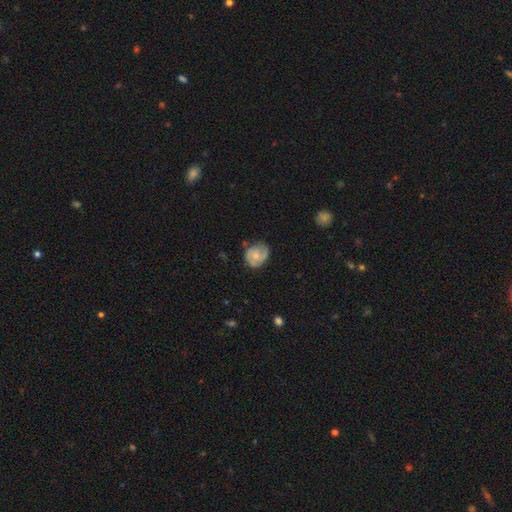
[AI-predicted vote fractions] A featured or disk galaxy (59%) with no bar (69%), spiral arms (83%) and a moderate central bulge (48%). Merging: none (62%).